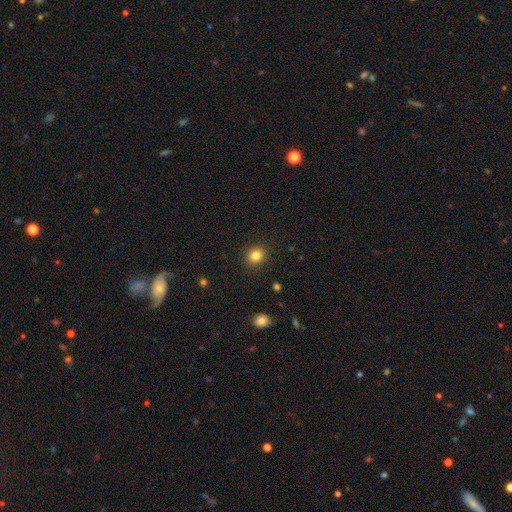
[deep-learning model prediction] Smooth or featured: smooth — 84% (star or artifact — 11%)
How rounded: round — 73% (in between — 26%)
Merging: none — 90% (minor disturbance — 7%)